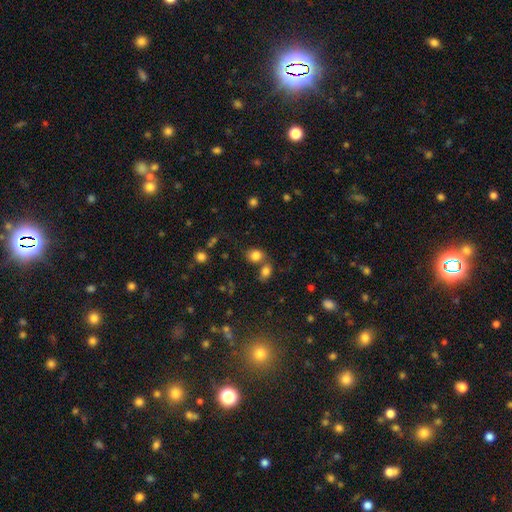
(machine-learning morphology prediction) smooth 81%, star or artifact 12%, featured or disk 7%. Down the decision tree: how rounded — round (52%); merging — none (54%).